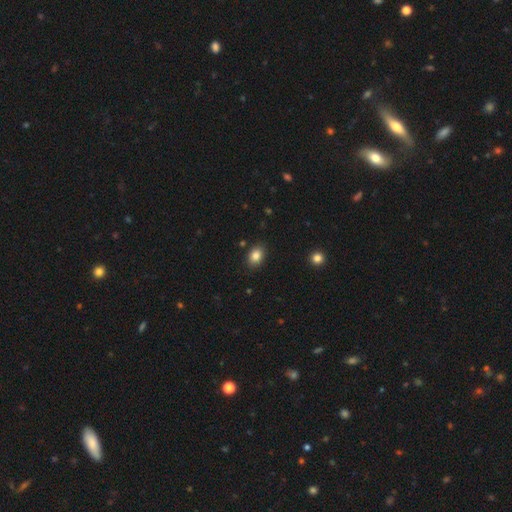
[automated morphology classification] This appears to be a smooth galaxy with no disk features (85%) that is in between round and cigar-shaped (74%). Merging: none (86%).